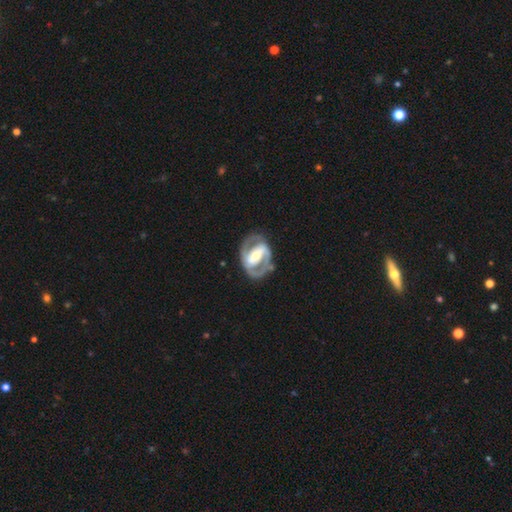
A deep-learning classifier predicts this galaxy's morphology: A featured or disk galaxy (86%) with a strong bar (58%), 2 (89%) medium (48%) spiral arms (85%) and a moderate central bulge (61%).

Vote fractions:
- Smooth or featured? featured or disk: 86% / smooth: 10% / star or artifact: 4%
- Edge-on disk? no: 97% / yes: 3%
- Bar? strong: 58% / weak: 25% / no: 17%
- Spiral arms? yes: 85% / no: 15%
- Spiral winding? medium: 48% / tight: 39% / loose: 14%
- Spiral arm count? 2: 89% / can't tell: 5% / 1: 3% / 3: 1% / 4: 1% / more than 4: 1%
- Bulge size? moderate: 61% / small: 28% / large: 9% / none: 1% / dominant: 1%
- Merging? none: 78% / minor disturbance: 13% / major disturbance: 7% / merger: 2%